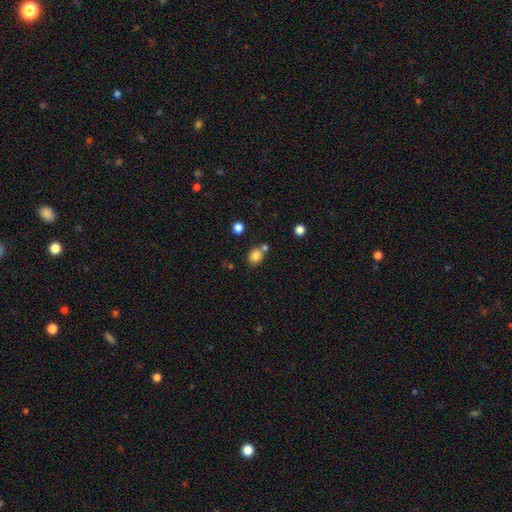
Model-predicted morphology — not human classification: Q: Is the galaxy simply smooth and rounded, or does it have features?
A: smooth — 82%.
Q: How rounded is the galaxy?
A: round — 60%.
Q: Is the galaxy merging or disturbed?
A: none — 64%.